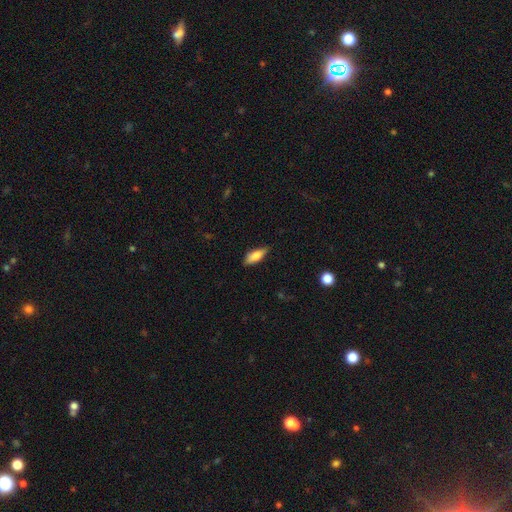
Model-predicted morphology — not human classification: Smooth or featured? Predicted: smooth (p=0.74). How rounded? Predicted: in between (p=0.68). Merging? Predicted: none (p=0.77).